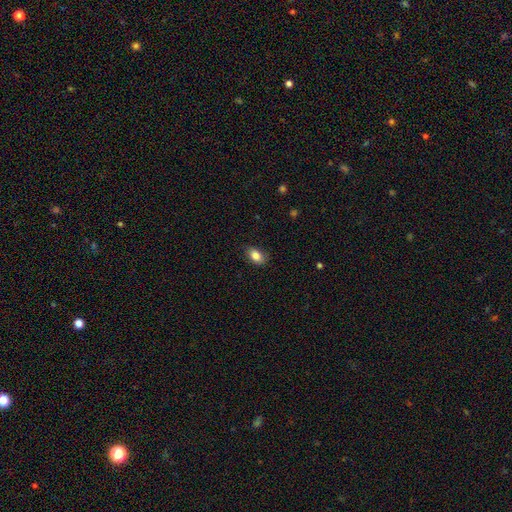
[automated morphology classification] smooth_or_featured: smooth (p=0.85) [alt: star or artifact p=0.08]
how_rounded: in between (p=0.86) [alt: round p=0.12]
merging: none (p=0.84) [alt: minor disturbance p=0.13]